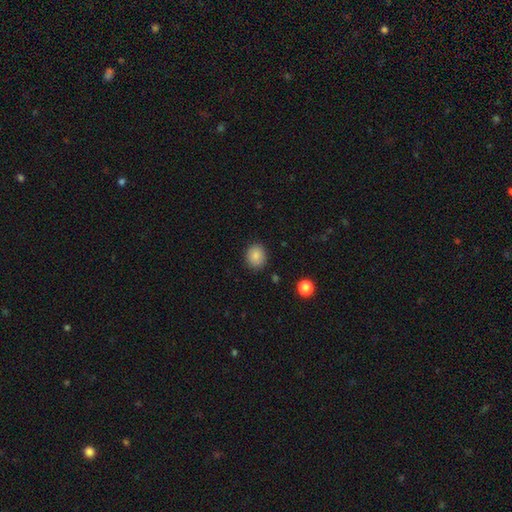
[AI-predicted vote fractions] smooth_or_featured: smooth (p=0.86) [alt: star or artifact p=0.09]
how_rounded: round (p=0.69) [alt: in between p=0.31]
merging: none (p=0.86) [alt: minor disturbance p=0.10]